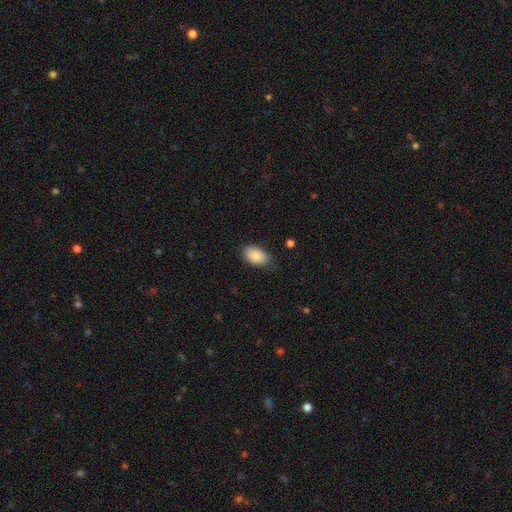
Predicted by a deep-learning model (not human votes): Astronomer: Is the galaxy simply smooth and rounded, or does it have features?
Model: smooth — 89%.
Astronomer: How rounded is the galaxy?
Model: in between — 92%.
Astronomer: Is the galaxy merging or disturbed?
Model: none — 76%.